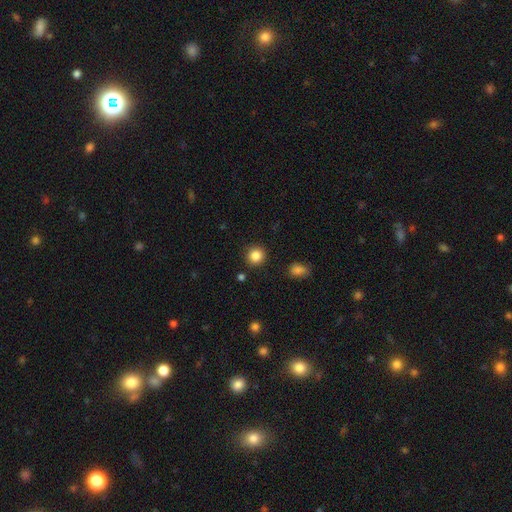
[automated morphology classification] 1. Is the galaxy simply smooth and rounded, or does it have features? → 85% smooth, 10% star or artifact, 4% featured or disk.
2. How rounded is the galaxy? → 91% round, 8% in between, 1% cigar-shaped.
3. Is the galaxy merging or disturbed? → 90% none, 6% minor disturbance, 2% major disturbance, 2% merger.